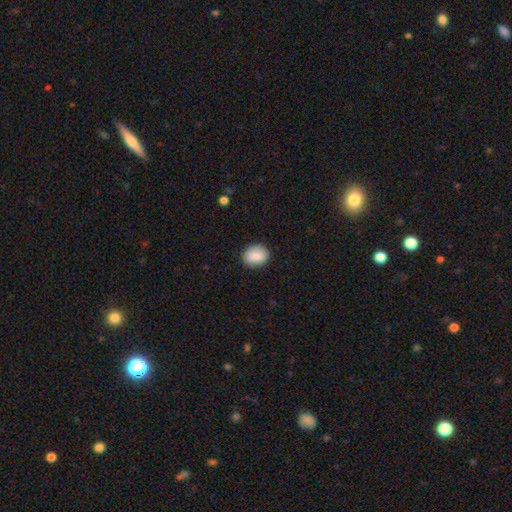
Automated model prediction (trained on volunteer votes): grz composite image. It shows a smooth galaxy with no disk features (88%) that is in between round and cigar-shaped (53%). Merging: none (87%).